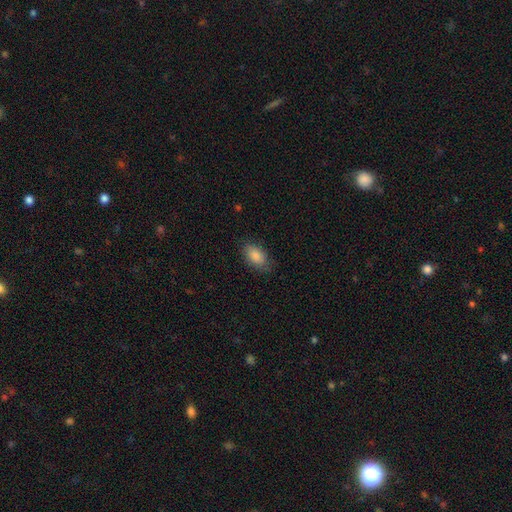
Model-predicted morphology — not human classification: This appears to be a smooth galaxy with no disk features (87%) that is in between round and cigar-shaped (92%). Merging: none (80%).